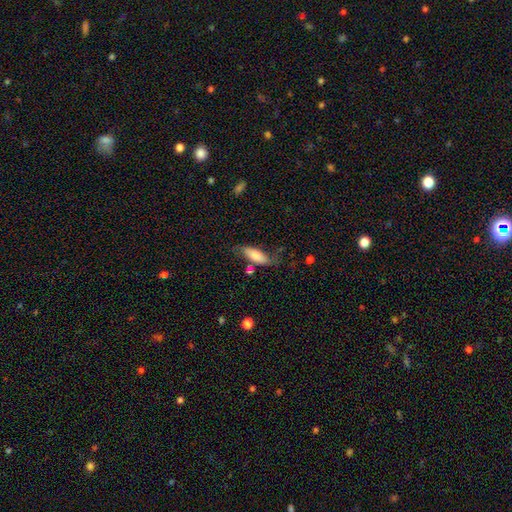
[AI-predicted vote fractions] Smooth or featured?
  - smooth: 71% *
  - featured or disk: 22%
  - star or artifact: 7%
How rounded?
  - in between: 66% *
  - cigar-shaped: 32%
  - round: 2%
Merging?
  - none: 56% *
  - minor disturbance: 26%
  - major disturbance: 10%
  - merger: 8%